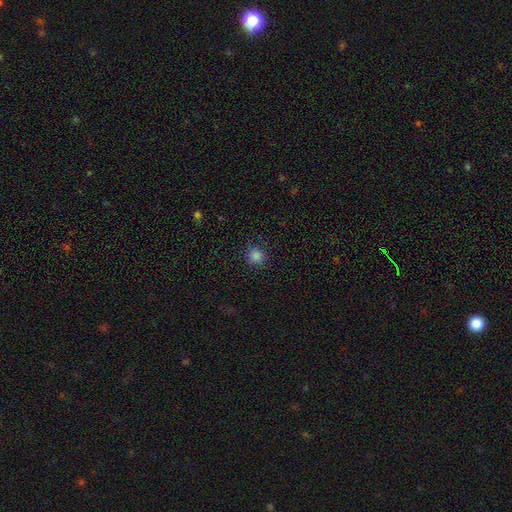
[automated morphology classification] Smooth or featured: smooth — 83% (star or artifact — 13%)
How rounded: round — 91% (in between — 8%)
Merging: none — 86% (minor disturbance — 10%)